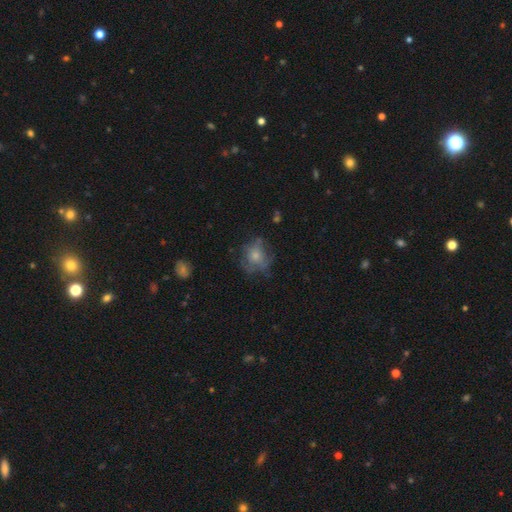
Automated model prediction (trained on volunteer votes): This is possibly a smooth galaxy (55%). How rounded: likely round (71%). Merging: possibly none (53%).